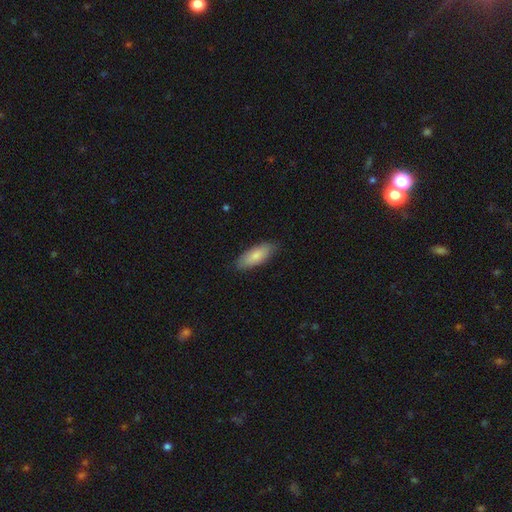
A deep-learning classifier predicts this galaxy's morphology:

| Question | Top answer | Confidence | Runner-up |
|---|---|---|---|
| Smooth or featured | smooth | 82% | featured or disk (12%) |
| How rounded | in between | 72% | cigar-shaped (27%) |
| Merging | none | 84% | minor disturbance (13%) |